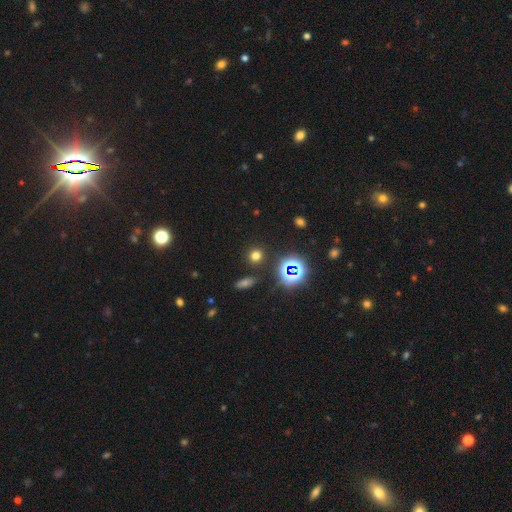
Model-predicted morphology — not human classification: Smooth or featured: smooth — 65% (star or artifact — 28%)
How rounded: round — 88% (in between — 11%)
Merging: none — 87% (minor disturbance — 7%)